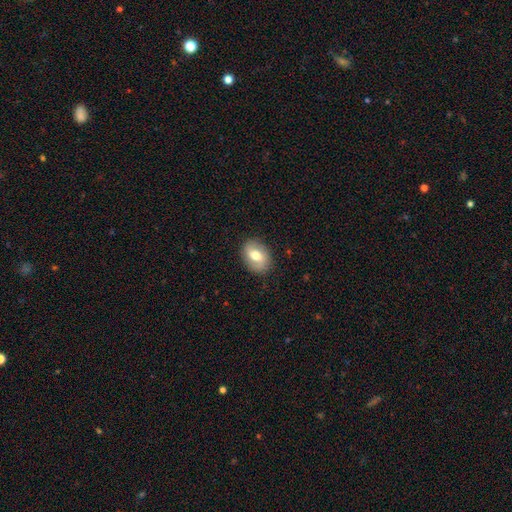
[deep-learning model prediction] Smooth or featured? smooth (62%)
How rounded? in between (72%)
Merging? none (84%)